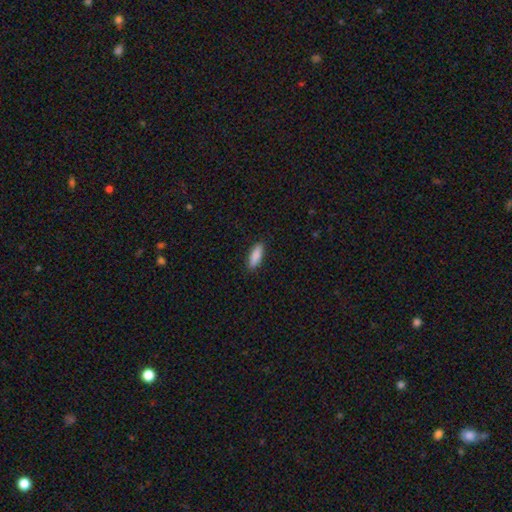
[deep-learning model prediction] Q: Smooth or featured?
A: smooth (88%); runner-up: star or artifact (6%)
Q: How rounded?
A: in between (58%); runner-up: cigar-shaped (40%)
Q: Merging?
A: none (89%); runner-up: minor disturbance (8%)